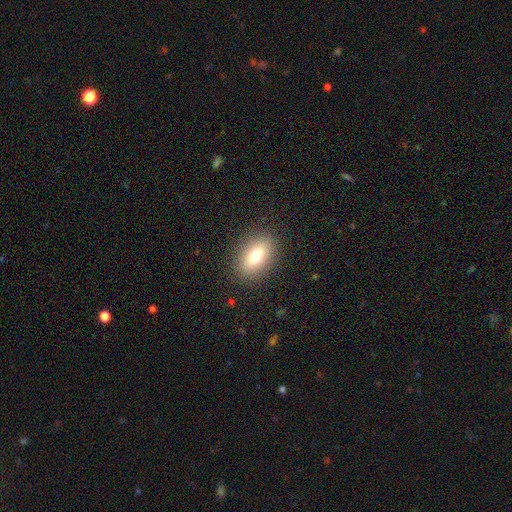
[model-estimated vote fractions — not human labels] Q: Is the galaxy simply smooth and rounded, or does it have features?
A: smooth — 75%.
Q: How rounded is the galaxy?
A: in between — 82%.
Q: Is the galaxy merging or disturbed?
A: none — 87%.